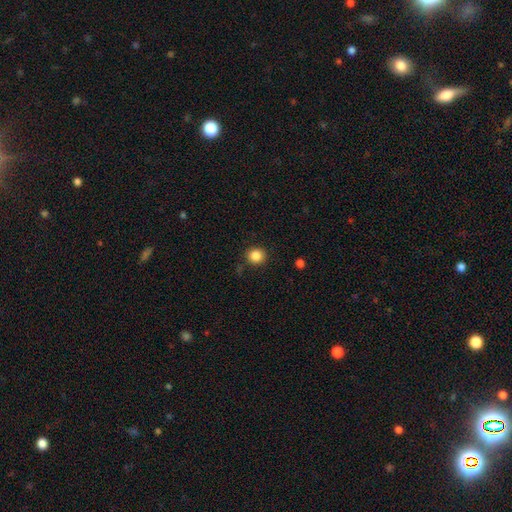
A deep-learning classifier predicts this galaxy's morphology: Smooth or featured? smooth (86%)
How rounded? round (90%)
Merging? none (87%)